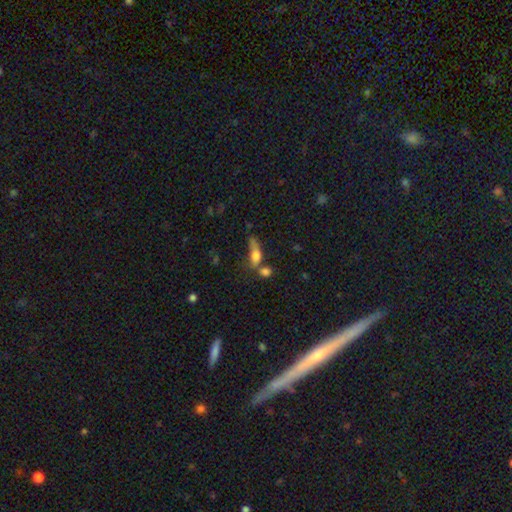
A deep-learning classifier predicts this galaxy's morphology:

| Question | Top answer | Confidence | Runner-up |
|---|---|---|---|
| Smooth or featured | smooth | 68% | featured or disk (21%) |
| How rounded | in between | 60% | cigar-shaped (27%) |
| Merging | merger | 35% | none (29%) |